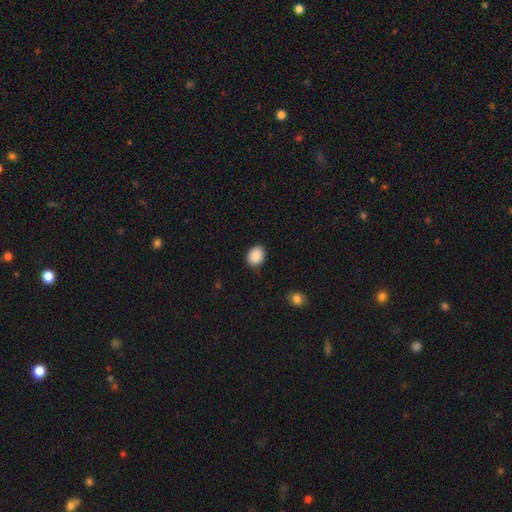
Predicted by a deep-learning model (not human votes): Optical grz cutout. It shows a smooth galaxy with no disk features (90%) that is in between round and cigar-shaped (56%). Merging: none (85%).